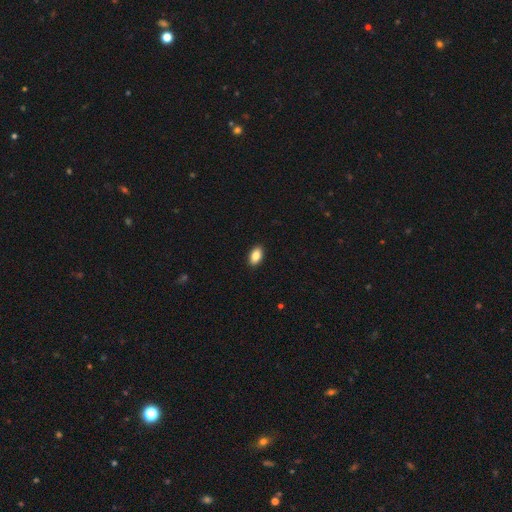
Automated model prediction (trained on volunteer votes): Smooth or featured: smooth — 86% (star or artifact — 8%)
How rounded: in between — 92% (round — 6%)
Merging: none — 91% (minor disturbance — 7%)